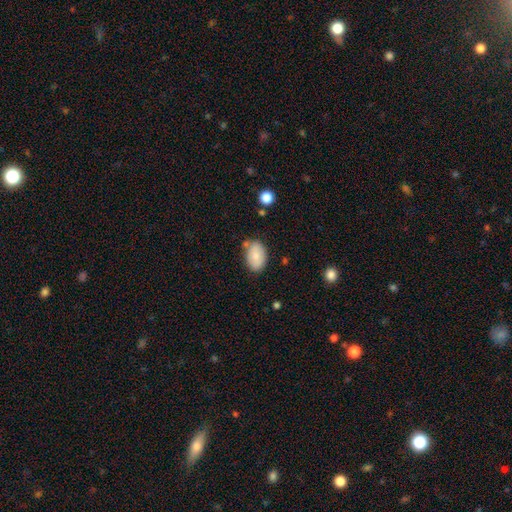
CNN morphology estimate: Q: Smooth or featured?
A: smooth (80%); runner-up: featured or disk (13%)
Q: How rounded?
A: in between (90%); runner-up: round (9%)
Q: Merging?
A: none (70%); runner-up: minor disturbance (19%)